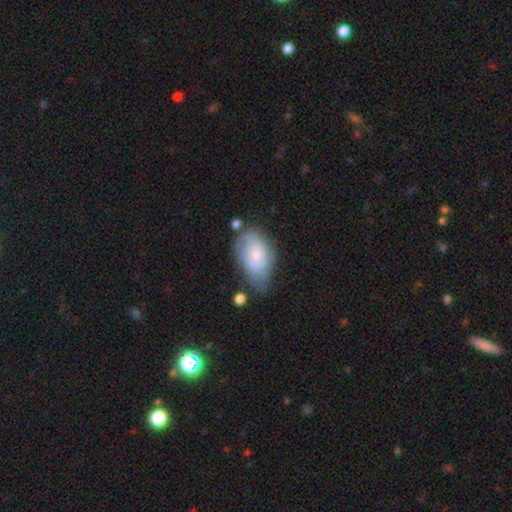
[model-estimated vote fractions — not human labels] smooth_or_featured: smooth (p=0.50) [alt: featured or disk p=0.42]
how_rounded: in between (p=0.86) [alt: round p=0.13]
merging: none (p=0.47) [alt: minor disturbance p=0.34]